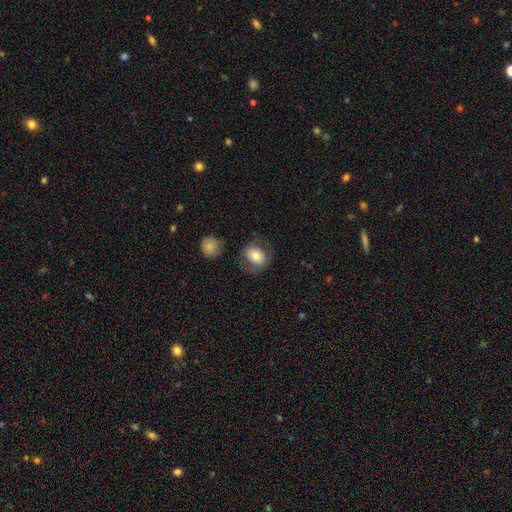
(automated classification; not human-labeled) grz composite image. It shows a smooth galaxy with no disk features (76%) that is in between round and cigar-shaped (53%). Merging: none (71%).